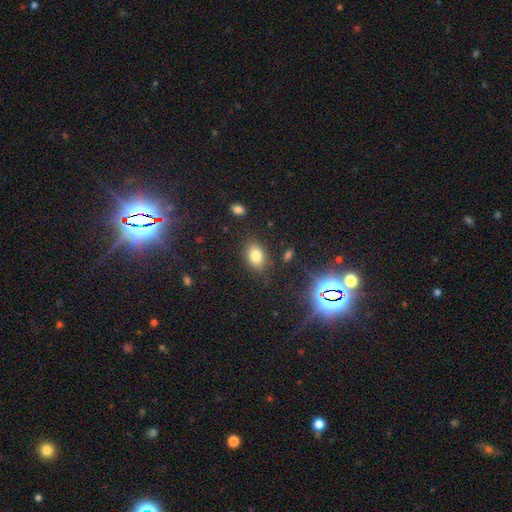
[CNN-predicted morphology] smooth-or-featured: smooth: 79% | star or artifact: 13% | featured or disk: 8%
  how-rounded: in between: 81% | round: 18% | cigar-shaped: 1%
  merging: none: 84% | minor disturbance: 11% | major disturbance: 3% | merger: 2%